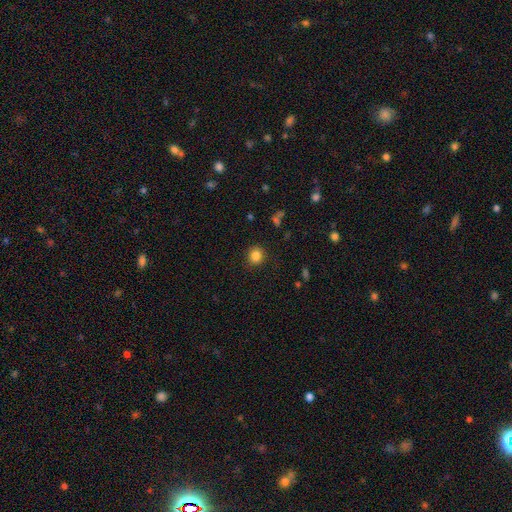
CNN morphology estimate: A smooth galaxy with no disk features (84%) that is round (86%).

Vote fractions:
- Smooth or featured? smooth: 84% / star or artifact: 11% / featured or disk: 5%
- How rounded? round: 86% / in between: 13% / cigar-shaped: 1%
- Merging? none: 89% / minor disturbance: 8% / major disturbance: 3% / merger: 1%